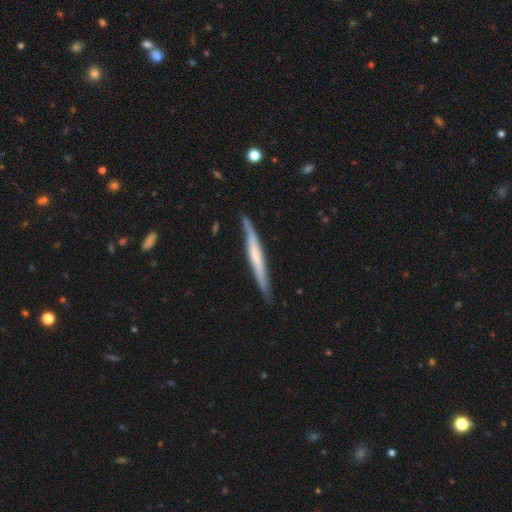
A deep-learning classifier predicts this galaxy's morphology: smooth_or_featured: featured or disk (p=0.56) [alt: smooth p=0.39]
disk_edge_on: yes (p=0.95) [alt: no p=0.05]
edge_on_bulge: none (p=0.60) [alt: rounded p=0.23]
merging: none (p=0.84) [alt: minor disturbance p=0.13]